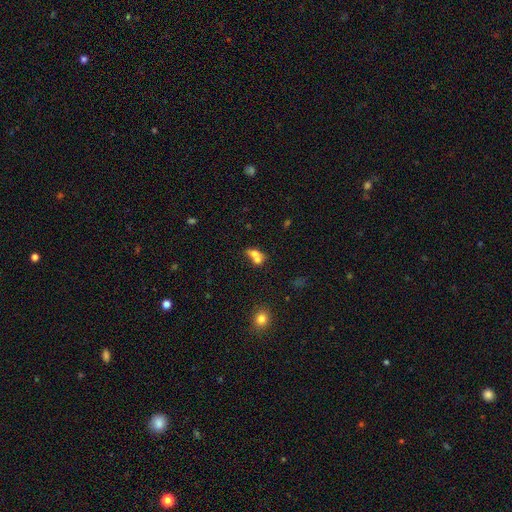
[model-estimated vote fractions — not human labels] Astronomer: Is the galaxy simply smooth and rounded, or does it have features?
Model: smooth — 69%.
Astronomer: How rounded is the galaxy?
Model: in between — 61%.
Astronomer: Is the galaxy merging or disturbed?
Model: merger — 68%.